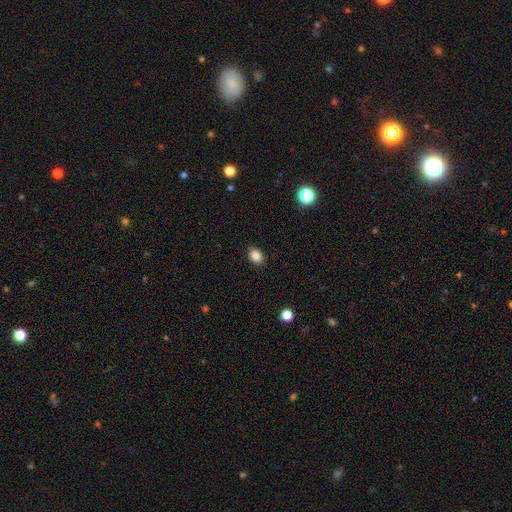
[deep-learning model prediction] smooth 86%, star or artifact 10%, featured or disk 4%. Down the decision tree: how rounded — in between (73%); merging — none (88%).